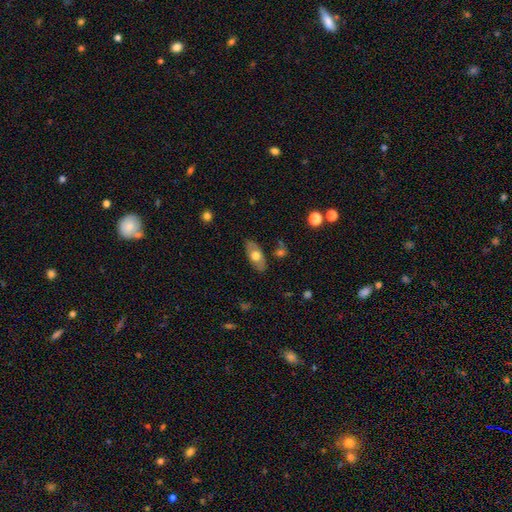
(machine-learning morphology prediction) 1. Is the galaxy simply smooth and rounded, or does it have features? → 61% smooth, 33% featured or disk, 6% star or artifact.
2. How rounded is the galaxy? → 88% in between, 7% cigar-shaped, 5% round.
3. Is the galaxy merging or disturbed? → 82% none, 13% minor disturbance, 3% major disturbance, 3% merger.